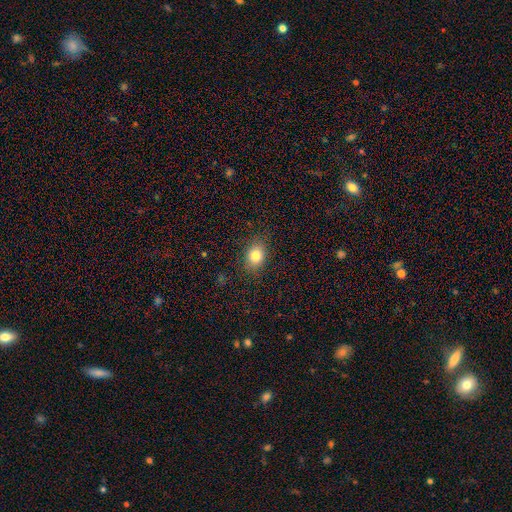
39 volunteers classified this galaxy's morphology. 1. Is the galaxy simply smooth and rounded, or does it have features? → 82% smooth, 10% featured or disk, 8% star or artifact.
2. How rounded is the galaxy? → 62% in between, 38% round, 0% cigar-shaped.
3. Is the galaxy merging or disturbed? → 83% none, 17% minor disturbance, 0% major disturbance, 0% merger.